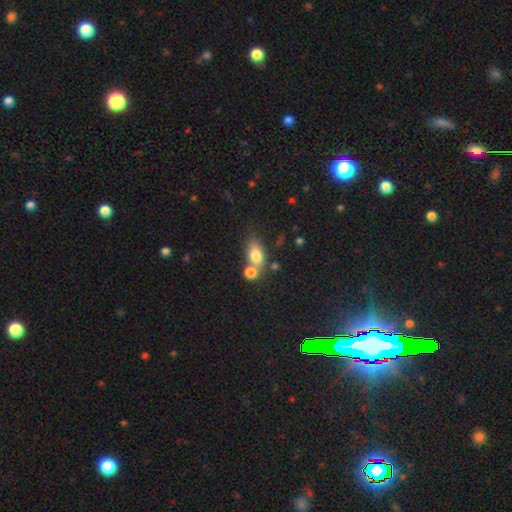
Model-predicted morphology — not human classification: Smooth or featured? Predicted: smooth (p=0.78). How rounded? Predicted: in between (p=0.78). Merging? Predicted: none (p=0.44).